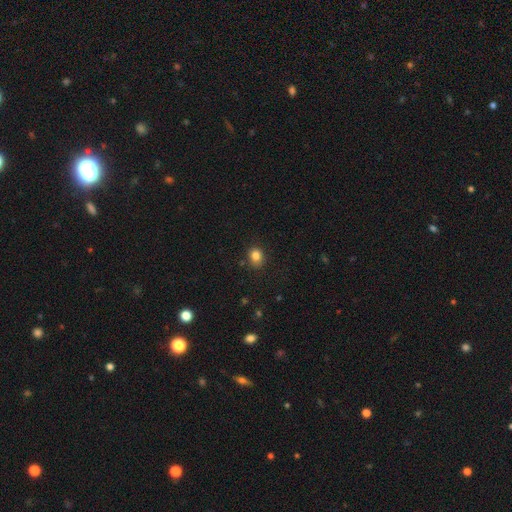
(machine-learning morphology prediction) smooth 83%, star or artifact 12%, featured or disk 6%. Down the decision tree: how rounded — round (63%); merging — none (83%).